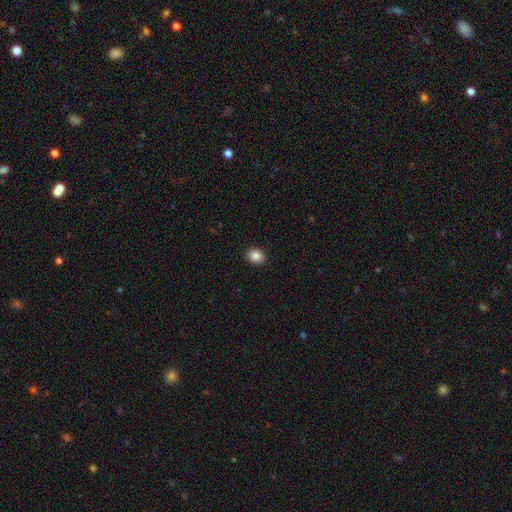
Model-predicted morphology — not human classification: This is clearly a smooth galaxy (86%). How rounded: possibly in between (50%). Merging: clearly none (92%).